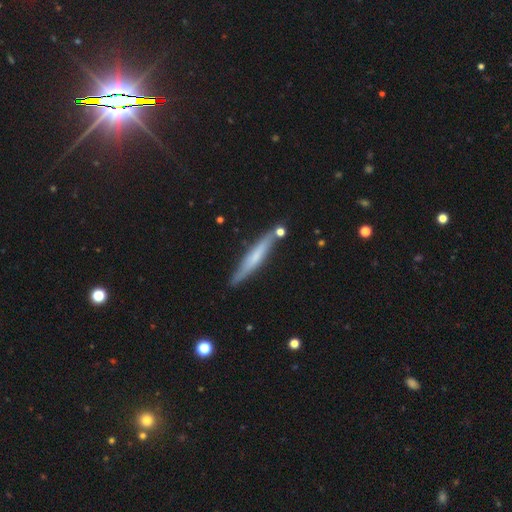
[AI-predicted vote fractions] This is possibly a featured or disk galaxy (48%). Merging: clearly none (82%).